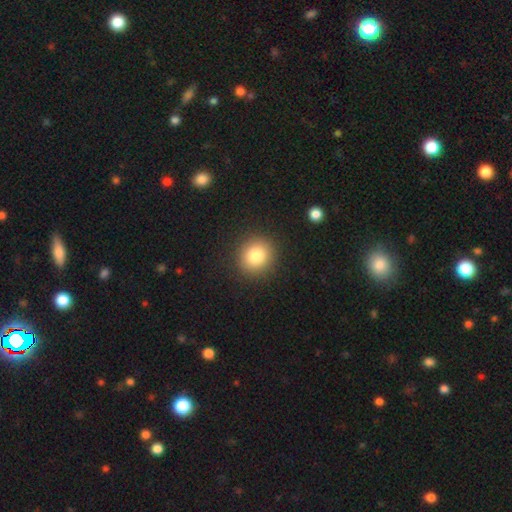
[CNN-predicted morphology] The model was most divided on "smooth or featured": smooth: 82%, star or artifact: 10%, featured or disk: 8%. More confident: merging — none (90%); how rounded — round (88%).